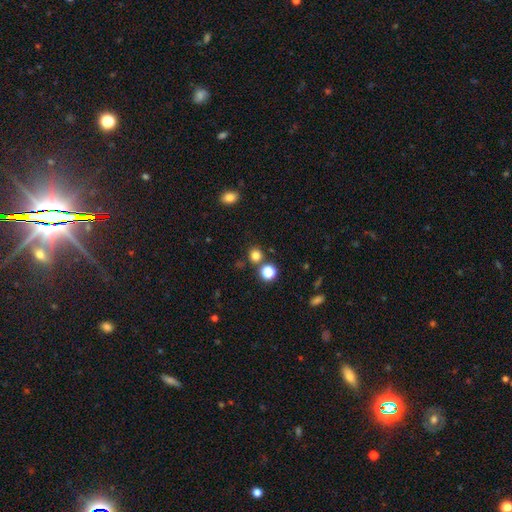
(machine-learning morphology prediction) Smooth or featured? smooth (78%)
How rounded? round (88%)
Merging? none (78%)